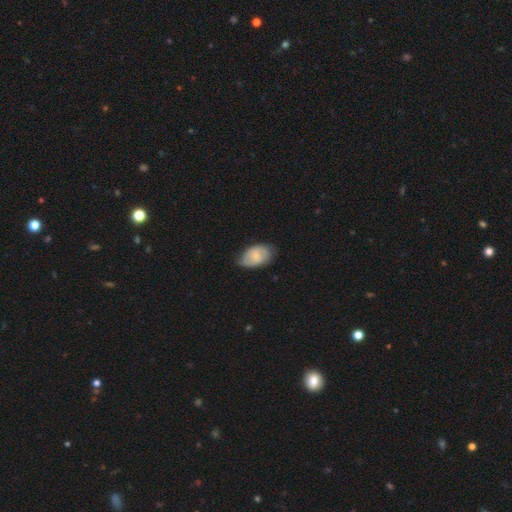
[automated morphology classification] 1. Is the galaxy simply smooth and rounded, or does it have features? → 60% smooth, 33% featured or disk, 7% star or artifact.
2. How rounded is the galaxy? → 90% in between, 8% round, 1% cigar-shaped.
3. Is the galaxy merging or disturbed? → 69% none, 25% minor disturbance, 5% major disturbance, 1% merger.